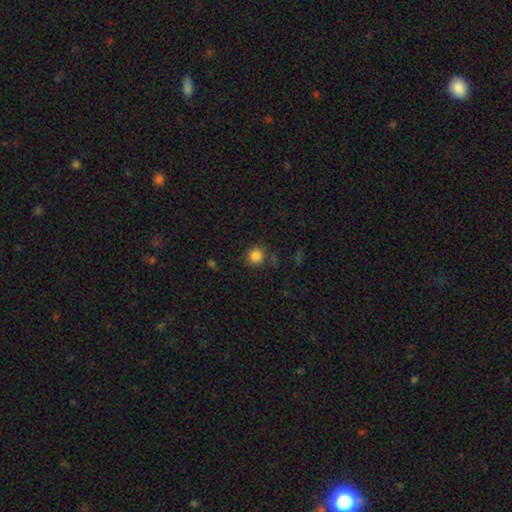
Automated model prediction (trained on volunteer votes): Morphology: type=smooth (85%); roundness=round (92%); merging=none (80%).